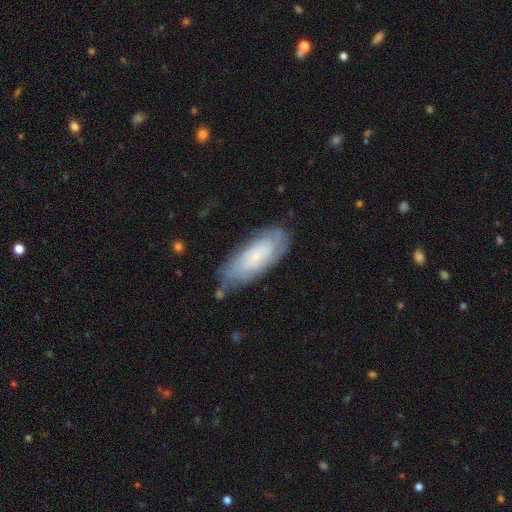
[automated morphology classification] This is likely a featured or disk galaxy (60%). It is clearly not viewed edge-on (88%). Bar: likely no (76%). Spiral arm pattern: clearly yes (84%). Central bulge: likely small (78%). Merging: likely none (67%).